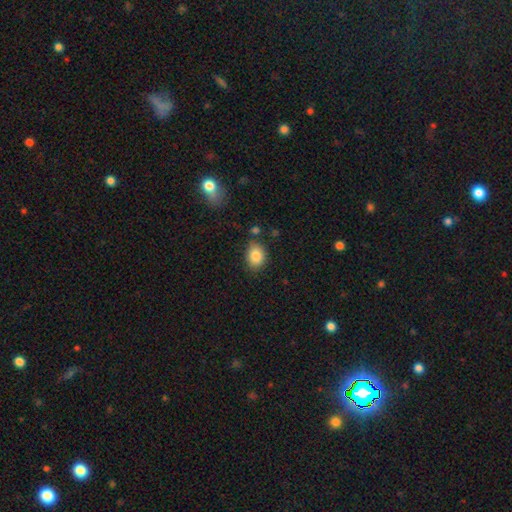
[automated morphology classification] Q: Smooth or featured?
A: smooth (85%); runner-up: star or artifact (8%)
Q: How rounded?
A: in between (63%); runner-up: round (36%)
Q: Merging?
A: none (77%); runner-up: minor disturbance (15%)